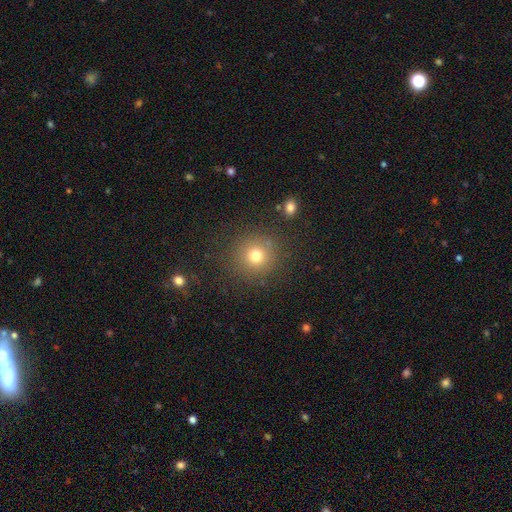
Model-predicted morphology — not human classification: The model was most divided on "smooth or featured": smooth: 74%, star or artifact: 17%, featured or disk: 9%. More confident: how rounded — round (93%); merging — none (85%).